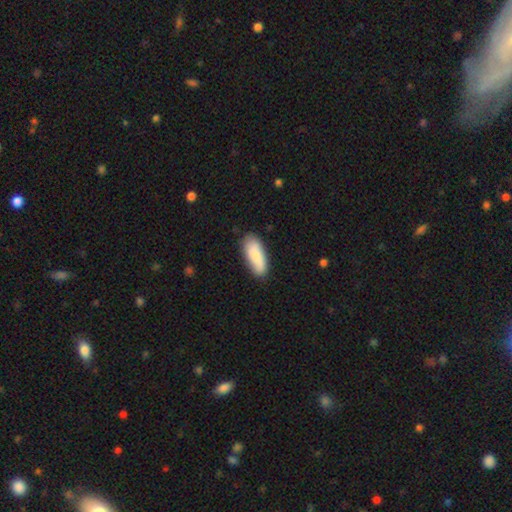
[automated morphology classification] Smooth or featured? smooth (83%)
How rounded? in between (76%)
Merging? none (80%)